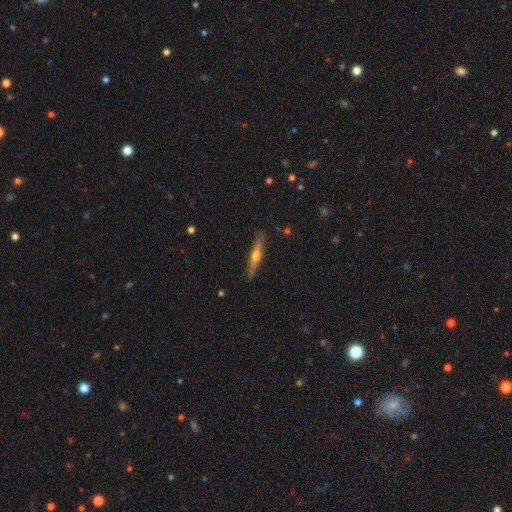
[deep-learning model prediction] Smooth or featured?
  - featured or disk: 56% *
  - smooth: 38%
  - star or artifact: 6%
Edge-on disk?
  - yes: 93% *
  - no: 7%
Edge-on bulge?
  - rounded: 88% *
  - none: 9%
  - boxy: 3%
Merging?
  - none: 88% *
  - minor disturbance: 9%
  - major disturbance: 2%
  - merger: 1%